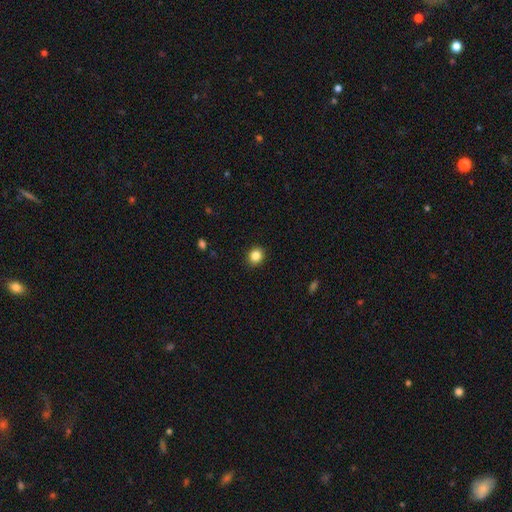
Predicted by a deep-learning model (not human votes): smooth-or-featured: smooth: 86% | star or artifact: 10% | featured or disk: 4%
  how-rounded: round: 78% | in between: 21% | cigar-shaped: 1%
  merging: none: 91% | minor disturbance: 6% | major disturbance: 2% | merger: 1%